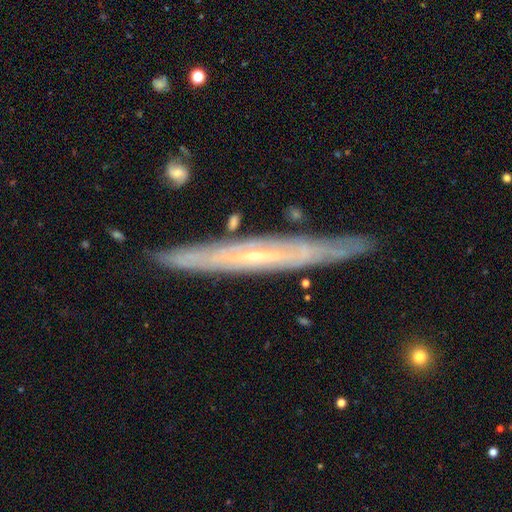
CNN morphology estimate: The model was most divided on "edge-on bulge": none: 55%, rounded: 42%, boxy: 3%. More confident: merging — none (84%); edge-on disk — yes (82%); smooth or featured — featured or disk (76%).